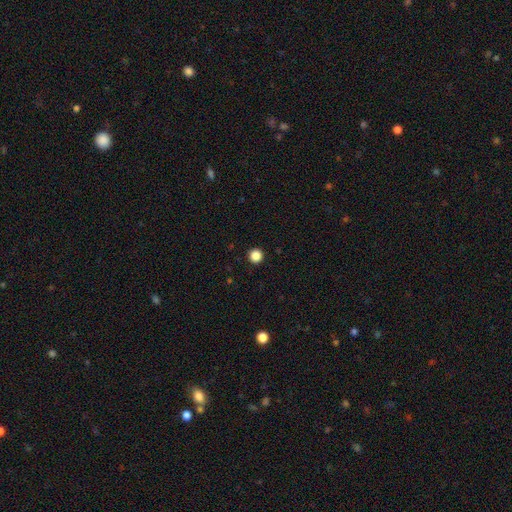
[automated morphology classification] Smooth or featured?
  - smooth: 86% *
  - star or artifact: 11%
  - featured or disk: 3%
How rounded?
  - round: 96% *
  - in between: 3%
  - cigar-shaped: 1%
Merging?
  - none: 94% *
  - minor disturbance: 4%
  - major disturbance: 1%
  - merger: 1%